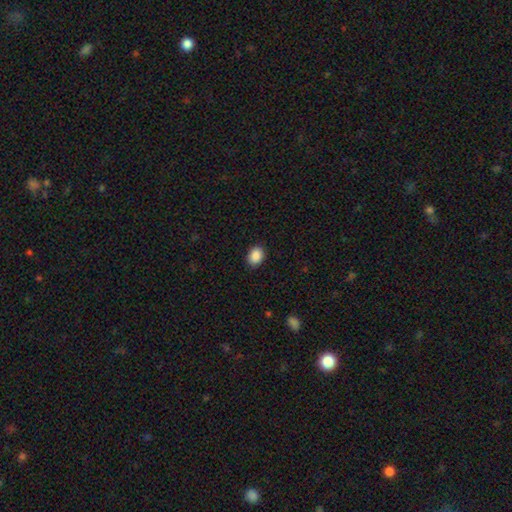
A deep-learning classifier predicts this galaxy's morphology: A smooth galaxy with no disk features (90%) that is in between round and cigar-shaped (68%).

Vote fractions:
- Smooth or featured? smooth: 90% / star or artifact: 8% / featured or disk: 3%
- How rounded? in between: 68% / round: 31% / cigar-shaped: 1%
- Merging? none: 89% / minor disturbance: 8% / major disturbance: 2% / merger: 1%